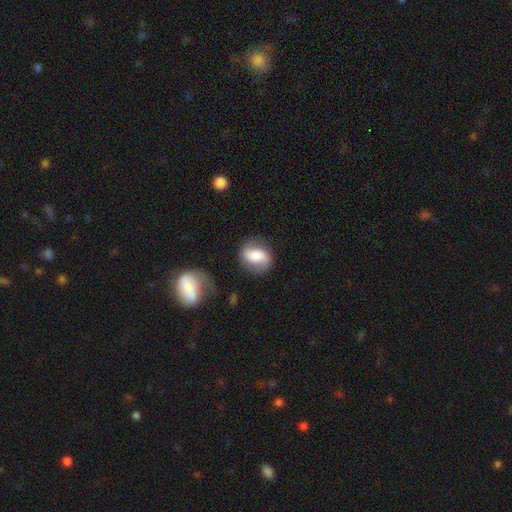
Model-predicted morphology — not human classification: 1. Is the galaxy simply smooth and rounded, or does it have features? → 47% smooth, 46% featured or disk, 8% star or artifact.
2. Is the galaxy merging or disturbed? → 73% none, 17% minor disturbance, 7% major disturbance, 3% merger.